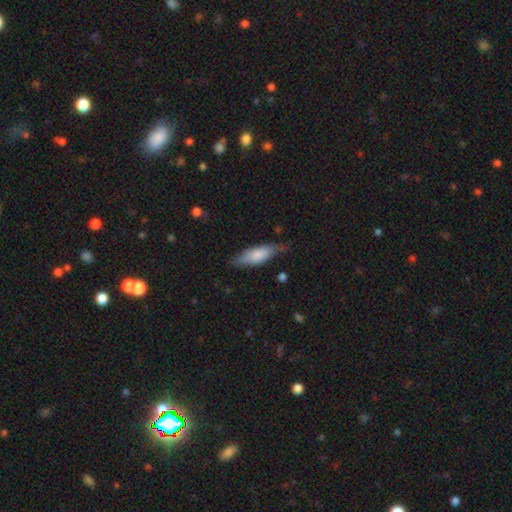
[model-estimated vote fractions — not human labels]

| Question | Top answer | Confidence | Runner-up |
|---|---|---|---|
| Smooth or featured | smooth | 63% | featured or disk (31%) |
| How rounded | cigar-shaped | 51% | in between (47%) |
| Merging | none | 70% | minor disturbance (24%) |